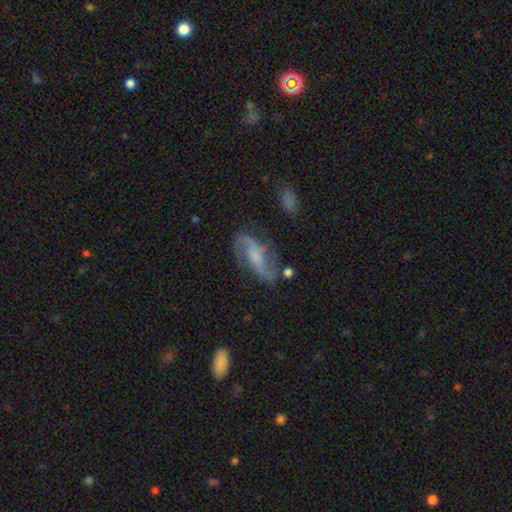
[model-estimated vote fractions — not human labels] smooth-or-featured: featured or disk: 80% | smooth: 13% | star or artifact: 7%
  disk-edge-on: no: 95% | yes: 5%
    bar: no: 44% | weak: 39% | strong: 17%
    has-spiral-arms: yes: 94% | no: 6%
      spiral-winding: loose: 46% | medium: 41% | tight: 13%
      spiral-arm-count: 2: 88% | can't tell: 4% | 3: 3% | 1: 2% | 4: 1% | more than 4: 1%
    bulge-size: small: 41% | moderate: 30% | none: 20% | large: 7% | dominant: 2%
  merging: none: 66% | minor disturbance: 19% | major disturbance: 11% | merger: 4%